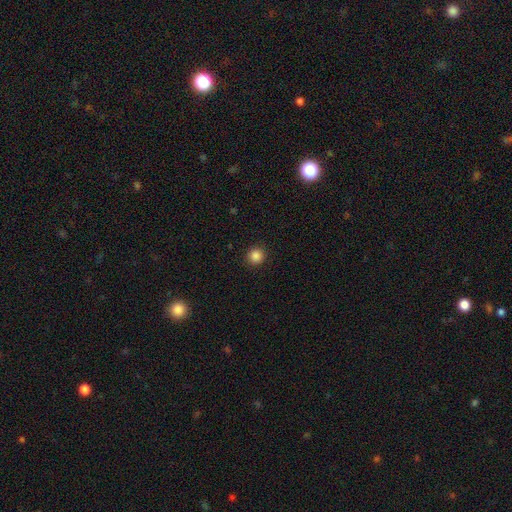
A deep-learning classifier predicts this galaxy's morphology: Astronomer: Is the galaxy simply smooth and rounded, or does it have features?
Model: smooth — 86%.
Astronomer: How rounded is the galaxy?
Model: round — 94%.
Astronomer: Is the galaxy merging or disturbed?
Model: none — 92%.